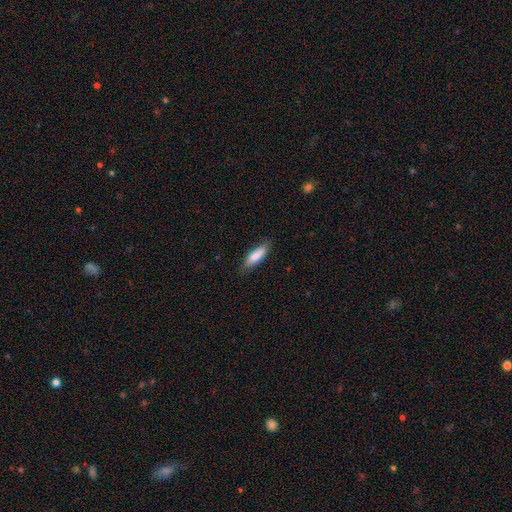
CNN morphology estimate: Smooth or featured? Predicted: smooth (p=0.82). How rounded? Predicted: cigar-shaped (p=0.51). Merging? Predicted: none (p=0.83).